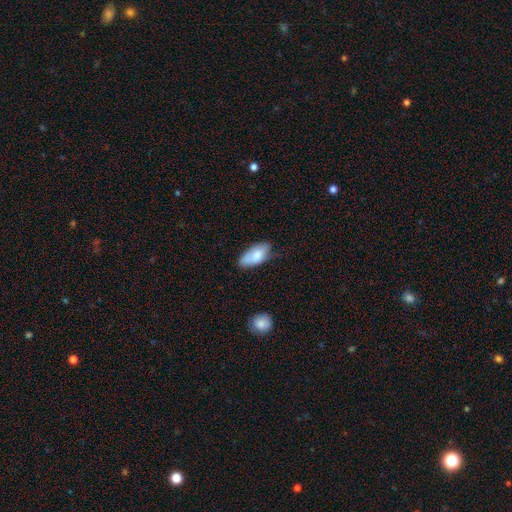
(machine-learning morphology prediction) A smooth galaxy with no disk features (77%) that is in between round and cigar-shaped (91%).

Vote fractions:
- Smooth or featured? smooth: 77% / featured or disk: 16% / star or artifact: 6%
- How rounded? in between: 91% / cigar-shaped: 7% / round: 2%
- Merging? none: 58% / minor disturbance: 33% / major disturbance: 7% / merger: 3%